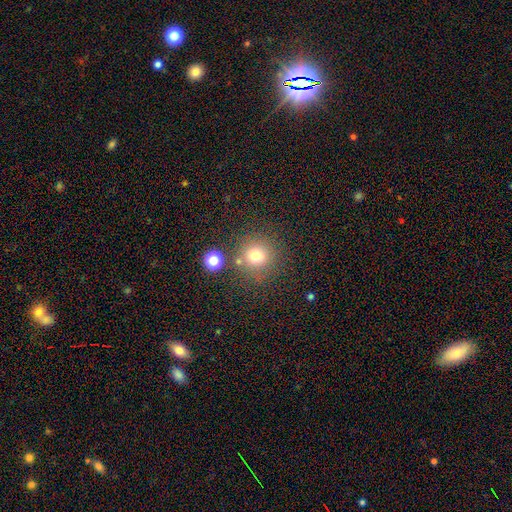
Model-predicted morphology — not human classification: The model was most divided on "smooth or featured": smooth: 74%, star or artifact: 16%, featured or disk: 10%. More confident: how rounded — round (93%); merging — none (77%).